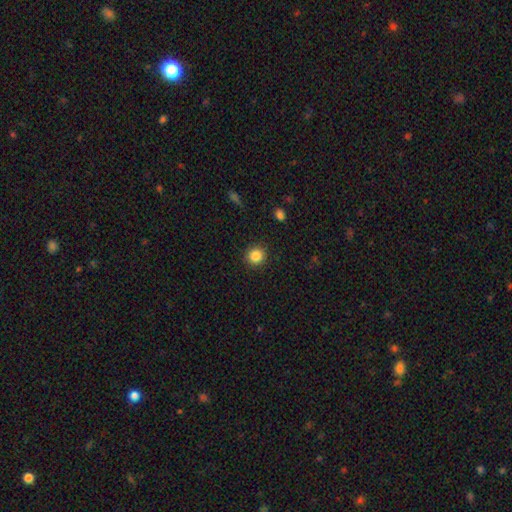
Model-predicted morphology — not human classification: smooth 85%, star or artifact 10%, featured or disk 4%. Down the decision tree: how rounded — round (91%); merging — none (90%).